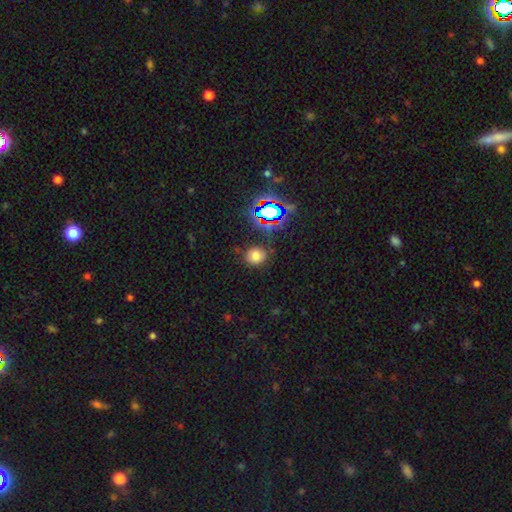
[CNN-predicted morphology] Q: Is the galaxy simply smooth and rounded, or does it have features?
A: smooth — 68%.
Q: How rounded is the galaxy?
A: round — 80%.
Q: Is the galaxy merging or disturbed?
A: none — 80%.